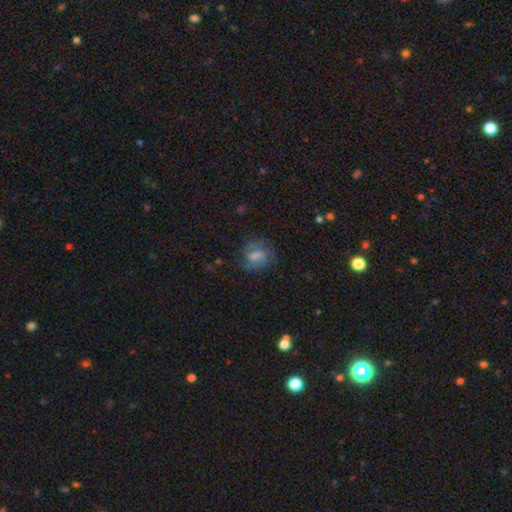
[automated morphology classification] Smooth or featured?
  - featured or disk: 50% *
  - smooth: 39%
  - star or artifact: 10%
Edge-on disk?
  - no: 96% *
  - yes: 4%
Merging?
  - none: 59% *
  - minor disturbance: 22%
  - major disturbance: 17%
  - merger: 2%